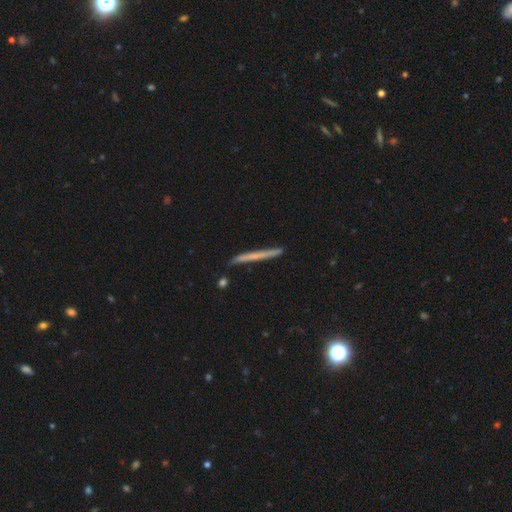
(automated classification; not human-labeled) Smooth or featured? smooth (53%)
How rounded? cigar-shaped (97%)
Merging? none (88%)